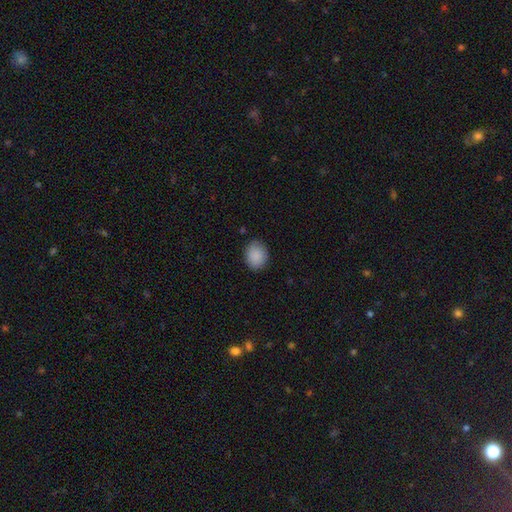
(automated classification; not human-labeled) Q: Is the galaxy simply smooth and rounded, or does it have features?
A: smooth — 89%.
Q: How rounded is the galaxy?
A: round — 55%.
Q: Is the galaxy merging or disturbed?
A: none — 84%.